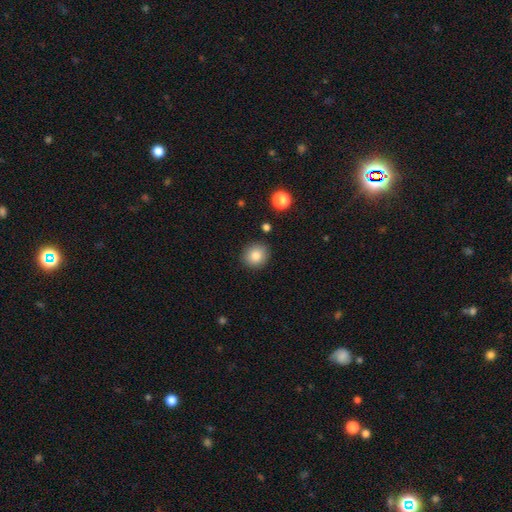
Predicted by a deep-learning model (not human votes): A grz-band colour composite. It shows a smooth galaxy with no disk features (85%) that is round (86%). Merging: none (89%).